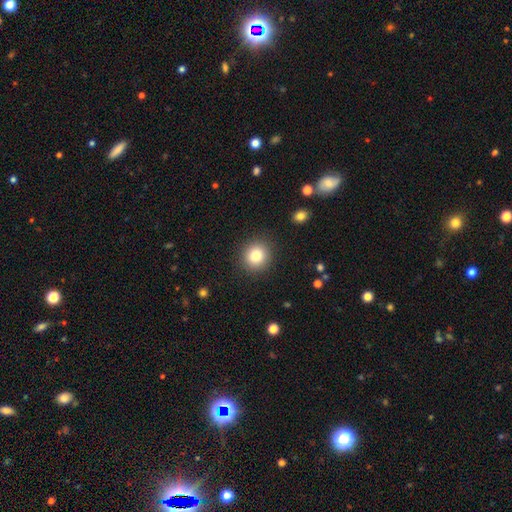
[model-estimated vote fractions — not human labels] The model was most divided on "smooth or featured": smooth: 82%, star or artifact: 11%, featured or disk: 7%. More confident: merging — none (90%); how rounded — round (87%).